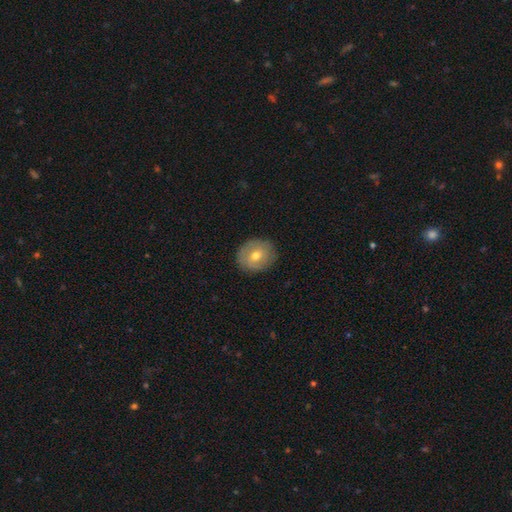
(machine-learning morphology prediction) Overall: smooth (54%; featured or disk 38%). How rounded: round (72%). Merging: none (86%).